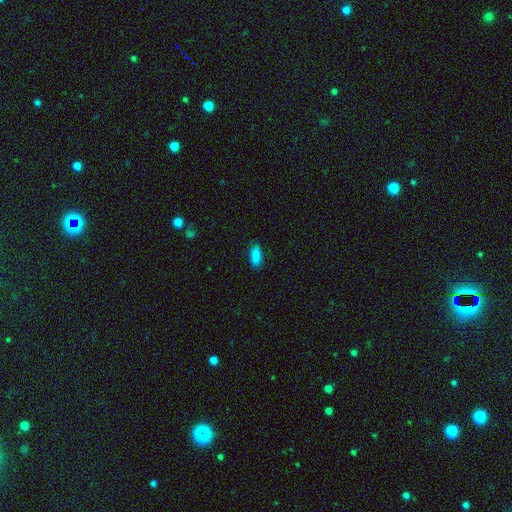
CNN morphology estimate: A smooth galaxy with no disk features (89%) that is in between round and cigar-shaped (74%). Merging: none (86%).